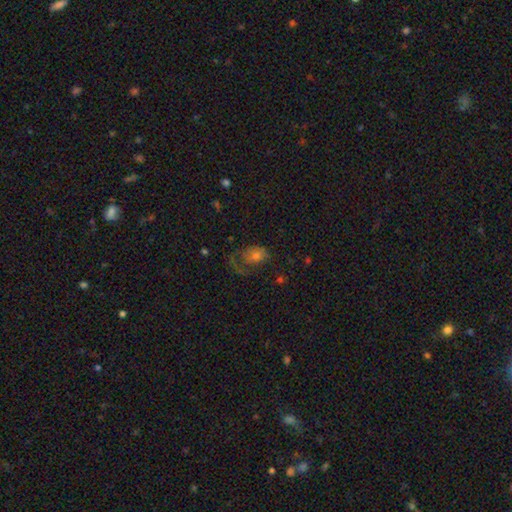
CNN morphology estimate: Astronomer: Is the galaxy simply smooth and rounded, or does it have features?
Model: smooth — 52% (runner-up: featured or disk, 34%).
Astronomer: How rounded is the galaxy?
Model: in between — 76%.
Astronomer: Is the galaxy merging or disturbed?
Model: major disturbance — 48% (runner-up: none, 30%).